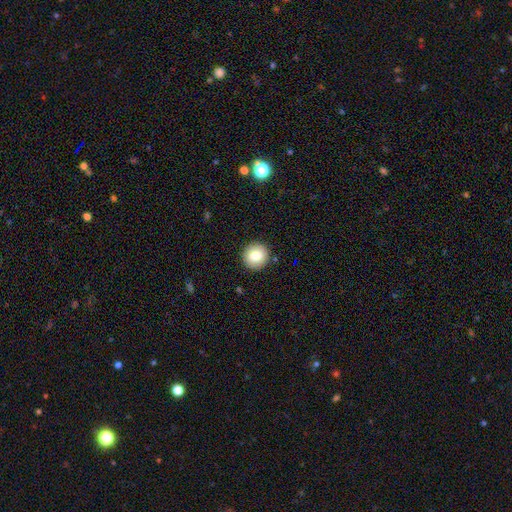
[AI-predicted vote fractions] Smooth or featured?
  - smooth: 80% *
  - featured or disk: 11%
  - star or artifact: 9%
How rounded?
  - round: 93% *
  - in between: 6%
  - cigar-shaped: 1%
Merging?
  - none: 91% *
  - minor disturbance: 6%
  - major disturbance: 2%
  - merger: 1%